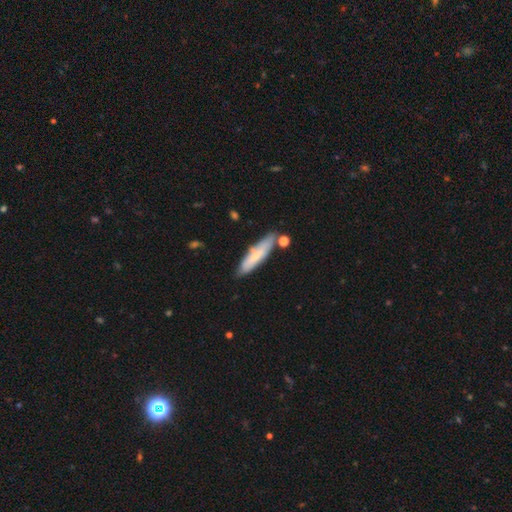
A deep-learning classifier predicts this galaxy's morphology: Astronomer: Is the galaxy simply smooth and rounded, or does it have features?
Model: smooth — 64%.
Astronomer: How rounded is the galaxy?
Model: cigar-shaped — 77%.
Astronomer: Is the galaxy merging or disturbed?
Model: none — 73%.